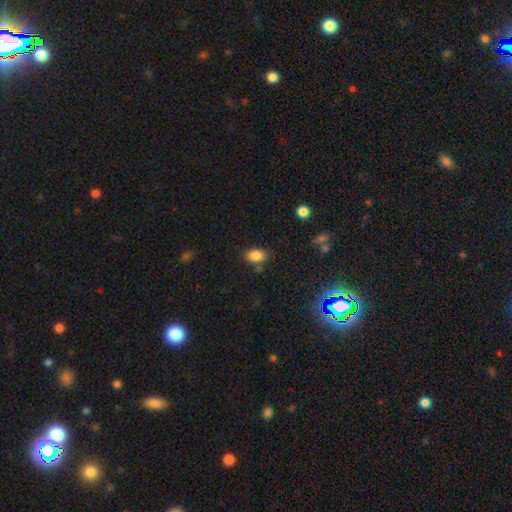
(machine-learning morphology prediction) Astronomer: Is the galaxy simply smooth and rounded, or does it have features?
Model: smooth — 84%.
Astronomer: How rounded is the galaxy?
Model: in between — 85%.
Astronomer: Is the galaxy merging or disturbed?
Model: none — 77%.